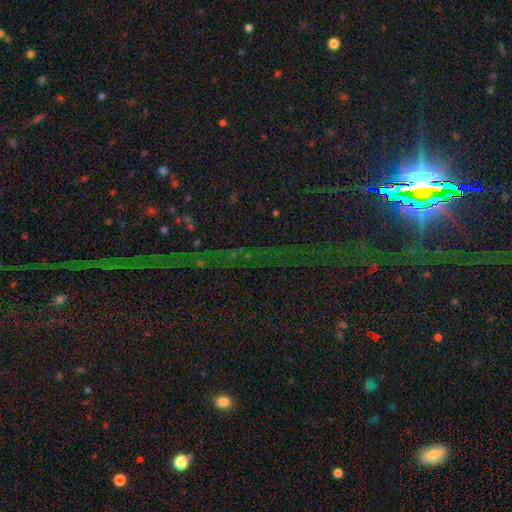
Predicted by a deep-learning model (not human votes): This appears to be a star or artifact, not a galaxy (84%).